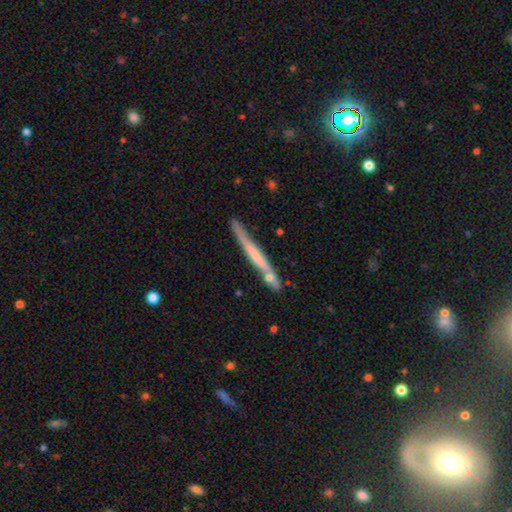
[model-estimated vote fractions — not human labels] Morphology: type=featured or disk (52%); edge-on=yes (93%); merging=none (71%).